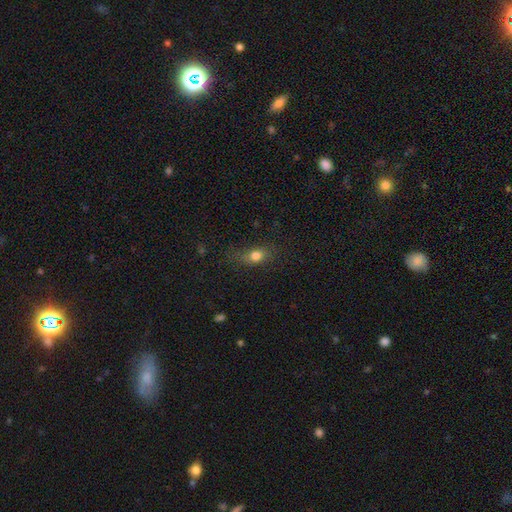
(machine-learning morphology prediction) Smooth or featured?
  - smooth: 76% *
  - star or artifact: 12%
  - featured or disk: 11%
How rounded?
  - in between: 63% *
  - round: 28%
  - cigar-shaped: 8%
Merging?
  - none: 70% *
  - minor disturbance: 20%
  - major disturbance: 8%
  - merger: 2%